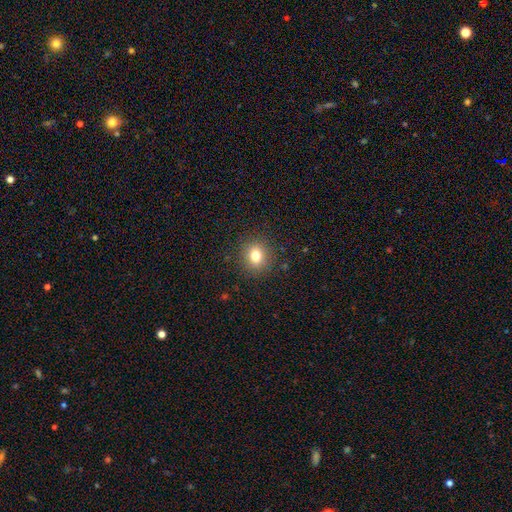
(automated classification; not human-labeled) smooth-or-featured: smooth: 79% | star or artifact: 12% | featured or disk: 9%
  how-rounded: round: 71% | in between: 28% | cigar-shaped: 1%
  merging: none: 88% | minor disturbance: 8% | major disturbance: 3% | merger: 1%